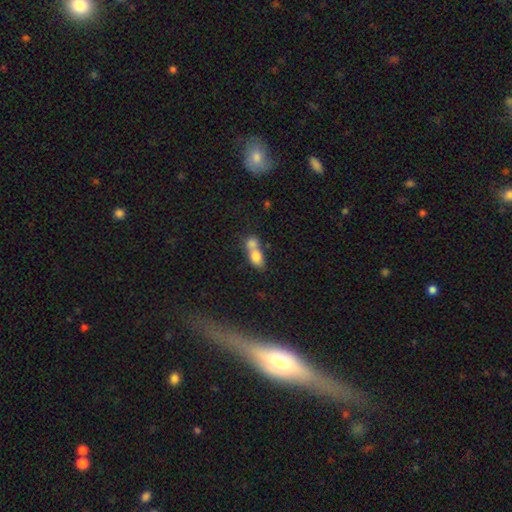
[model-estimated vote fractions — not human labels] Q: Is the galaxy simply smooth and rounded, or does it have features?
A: smooth — 76%.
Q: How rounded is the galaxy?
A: in between — 73%.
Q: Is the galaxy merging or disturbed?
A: merger — 71%.